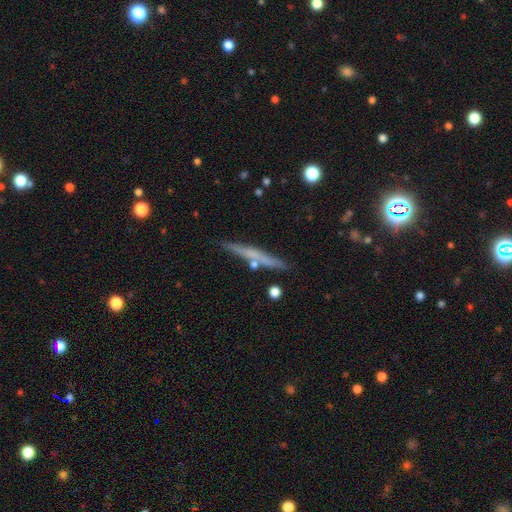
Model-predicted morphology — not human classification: This appears to be a featured or disk galaxy (48%). Merging: none (84%).